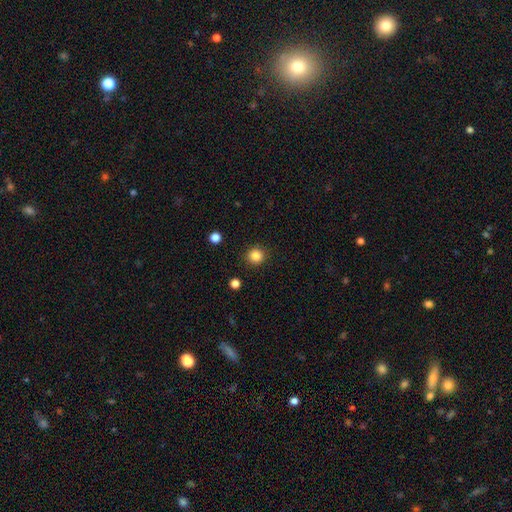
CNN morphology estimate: This appears to be a smooth galaxy with no disk features (85%) that is round (93%). Merging: none (91%).